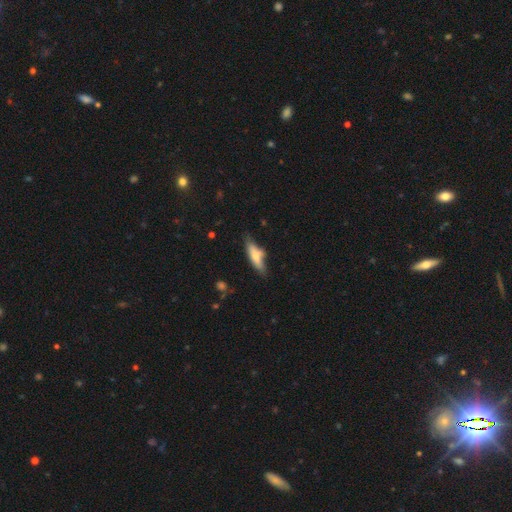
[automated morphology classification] type=smooth (54%); roundness=cigar-shaped (60%); merging=none (63%).